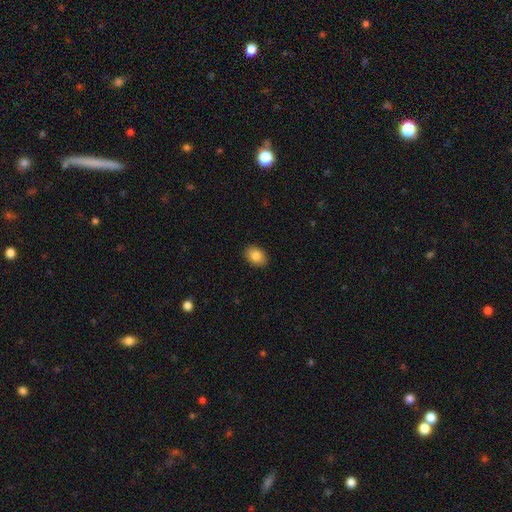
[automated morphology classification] smooth 85%, star or artifact 8%, featured or disk 7%. Down the decision tree: how rounded — in between (77%); merging — none (89%).